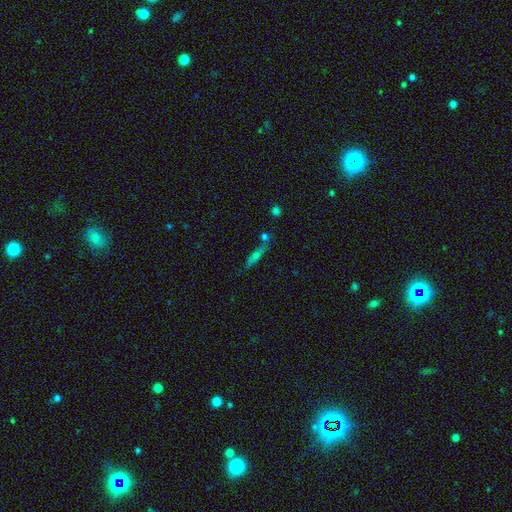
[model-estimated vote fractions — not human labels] Smooth or featured? Predicted: smooth (p=0.45). Merging? Predicted: none (p=0.70).